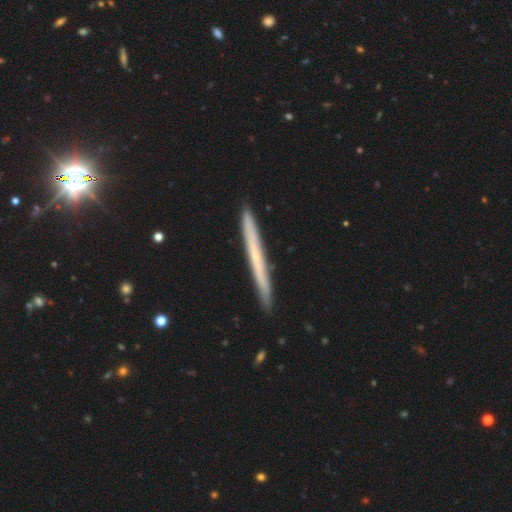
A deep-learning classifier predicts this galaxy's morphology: This appears to be a featured or disk galaxy (54%) viewed edge-on (96%) with no central bulge (83%). Merging: none (91%).